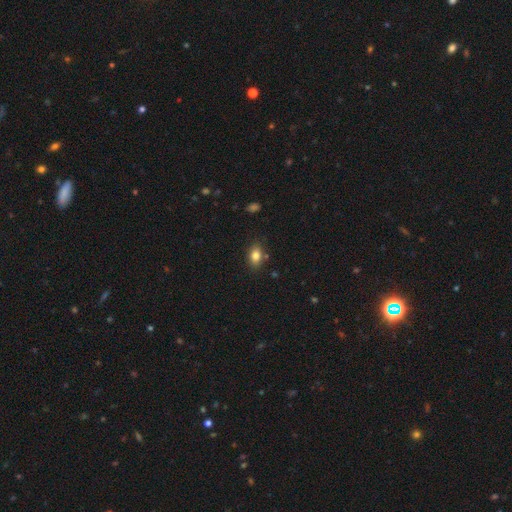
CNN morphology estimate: A smooth galaxy with no disk features (81%) that is in between round and cigar-shaped (79%). Merging: none (82%).